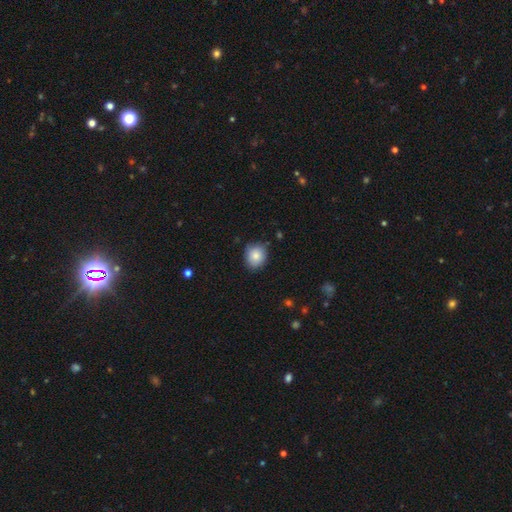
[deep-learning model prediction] Smooth or featured?
  - smooth: 84% *
  - featured or disk: 8%
  - star or artifact: 8%
How rounded?
  - round: 70% *
  - in between: 29%
  - cigar-shaped: 1%
Merging?
  - none: 81% *
  - minor disturbance: 15%
  - major disturbance: 2%
  - merger: 2%